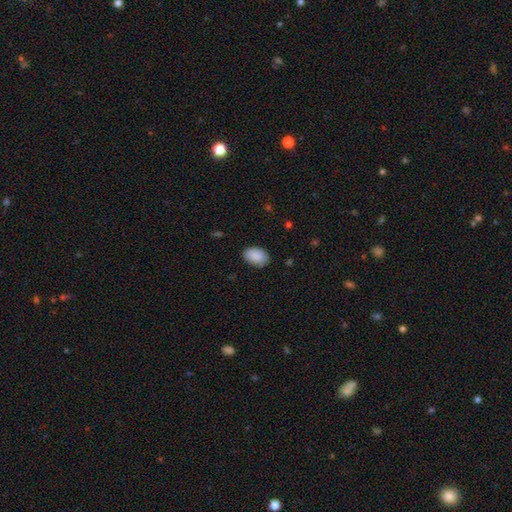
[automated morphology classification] The model was most divided on "merging": none: 85%, minor disturbance: 12%, major disturbance: 2%, merger: 1%. More confident: smooth or featured — smooth (91%); how rounded — in between (89%).